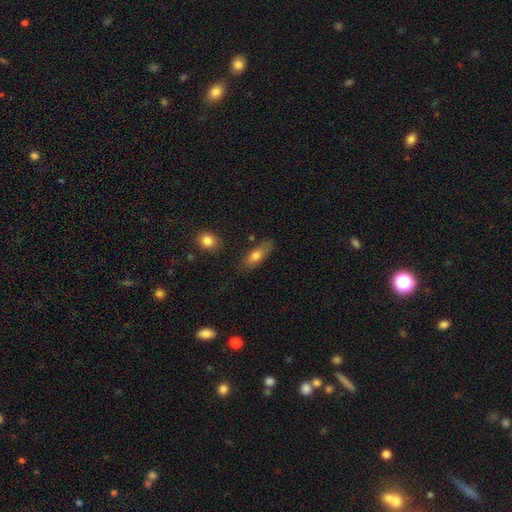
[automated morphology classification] This appears to be a smooth galaxy with no disk features (72%) that is in between round and cigar-shaped (75%). Merging: none (71%).